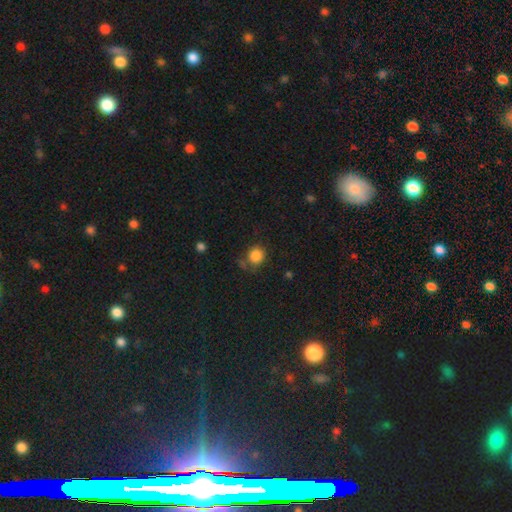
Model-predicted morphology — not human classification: Overall: smooth (85%). How rounded: round (88%). Merging: none (69%).